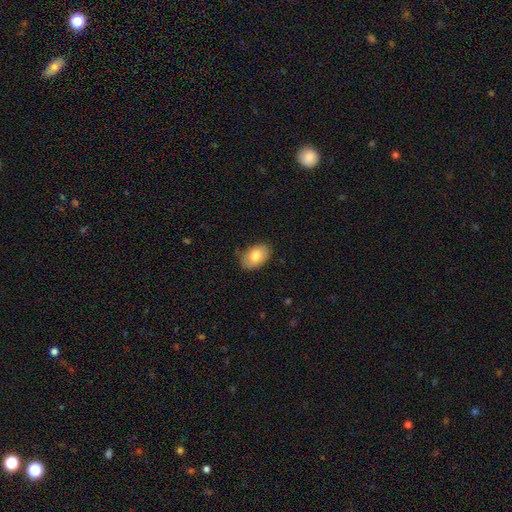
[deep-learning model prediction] Overall: smooth (79%). How rounded: in between (87%). Merging: none (72%).